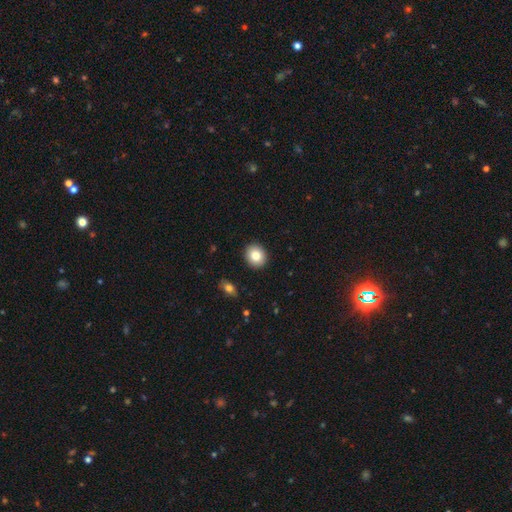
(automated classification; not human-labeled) Overall: smooth (83%). How rounded: round (72%). Merging: none (92%).